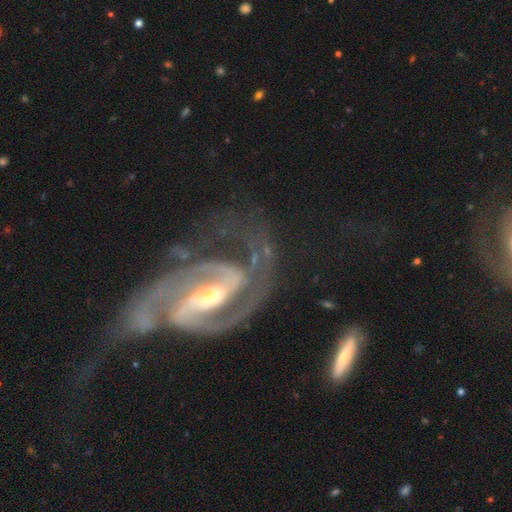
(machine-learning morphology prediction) smooth_or_featured: featured or disk (p=0.92) [alt: star or artifact p=0.05]
disk_edge_on: no (p=0.97) [alt: yes p=0.03]
bar: strong (p=0.53) [alt: weak p=0.35]
has_spiral_arms: yes (p=0.98) [alt: no p=0.02]
spiral_winding: medium (p=0.51) [alt: tight p=0.35]
spiral_arm_count: 2 (p=0.86) [alt: can't tell p=0.04]
bulge_size: moderate (p=0.53) [alt: small p=0.37]
merging: none (p=0.43) [alt: major disturbance p=0.29]